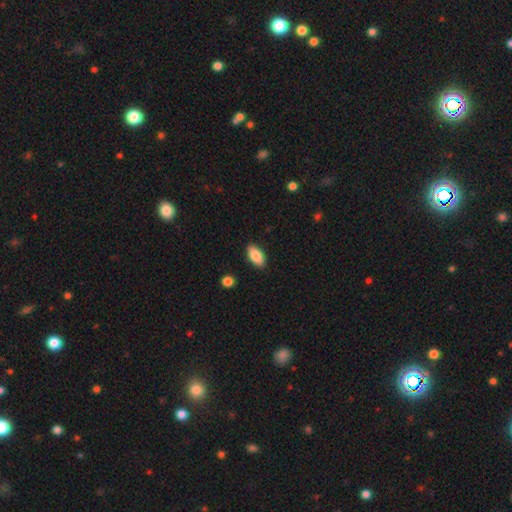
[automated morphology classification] A smooth galaxy with no disk features (85%) that is in between round and cigar-shaped (91%). Merging: none (89%).